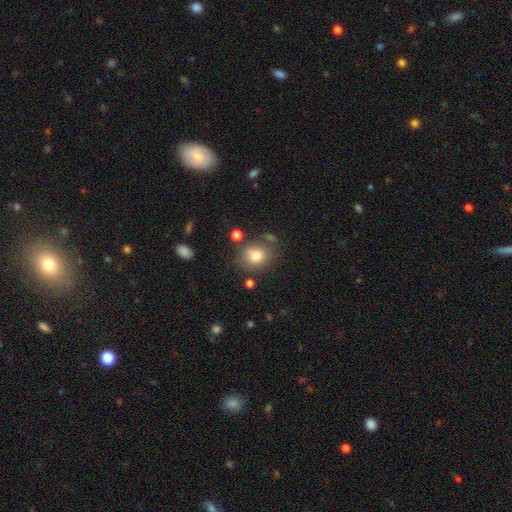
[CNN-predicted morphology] smooth 79%, star or artifact 11%, featured or disk 10%. Down the decision tree: how rounded — round (63%); merging — none (71%).